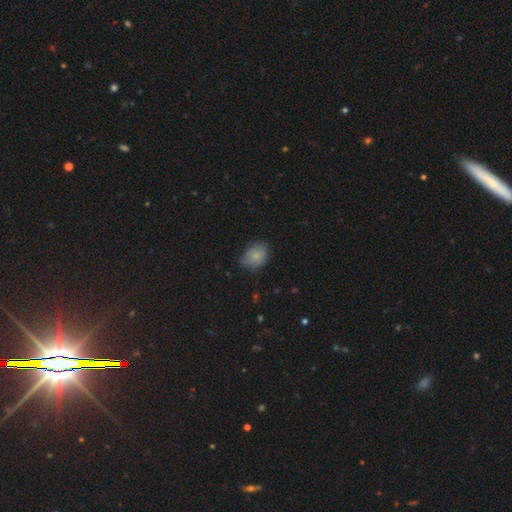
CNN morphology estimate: A smooth galaxy with no disk features (80%) that is in between round and cigar-shaped (63%). Merging: none (63%).